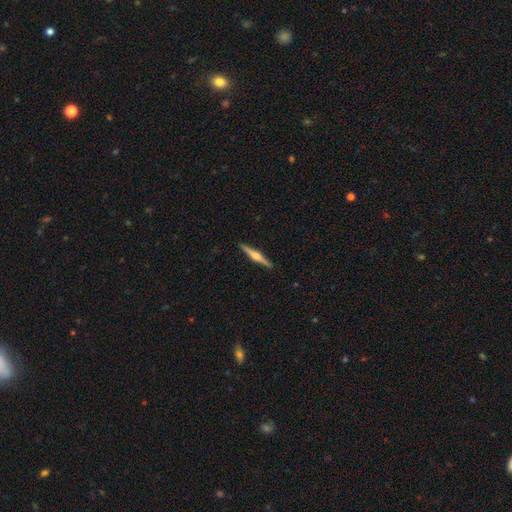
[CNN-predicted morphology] This is likely a featured or disk galaxy (70%). It is clearly viewed edge-on (98%). Edge-on bulge: clearly rounded (84%). Merging: clearly none (92%).